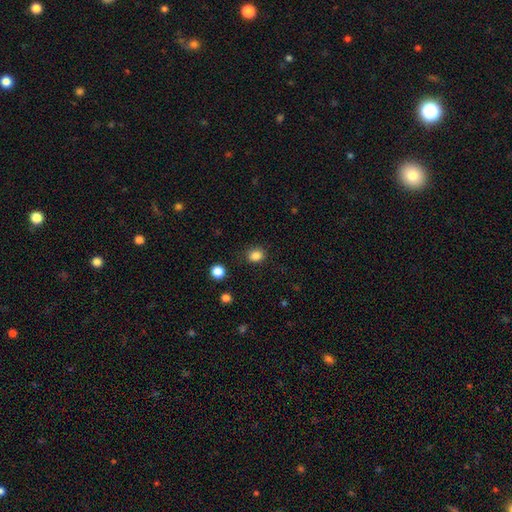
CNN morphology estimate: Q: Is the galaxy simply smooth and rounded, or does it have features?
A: smooth — 85%.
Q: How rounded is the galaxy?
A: round — 67%.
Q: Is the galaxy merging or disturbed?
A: none — 83%.